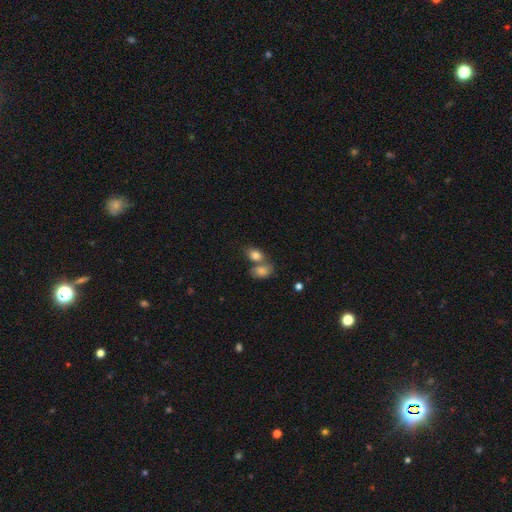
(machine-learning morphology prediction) Smooth or featured? Predicted: smooth (p=0.82). How rounded? Predicted: in between (p=0.79). Merging? Predicted: merger (p=0.48).